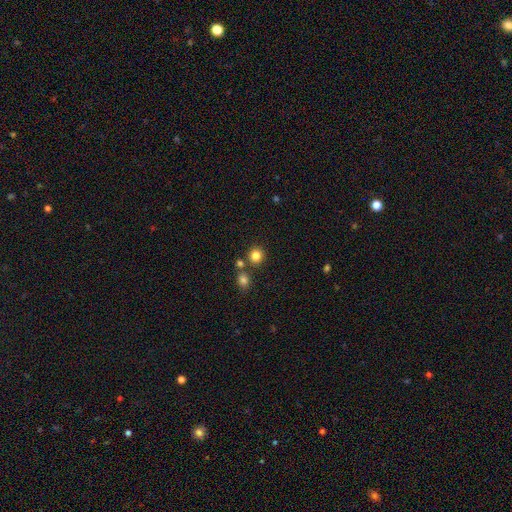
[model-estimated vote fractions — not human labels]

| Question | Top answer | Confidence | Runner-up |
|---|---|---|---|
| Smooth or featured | smooth | 82% | star or artifact (13%) |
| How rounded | round | 90% | in between (9%) |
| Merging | none | 77% | merger (13%) |